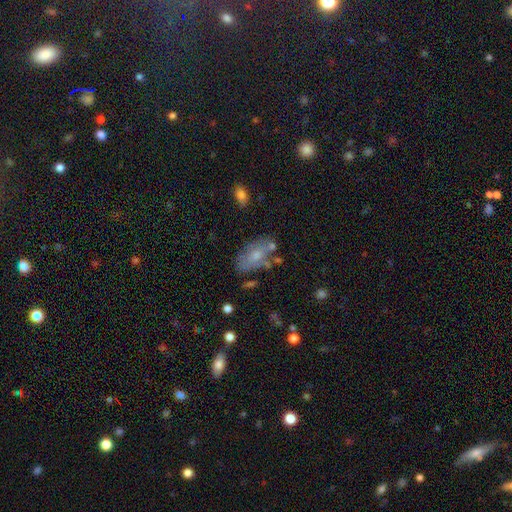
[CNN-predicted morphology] A smooth galaxy with no disk features (58%) that is in between round and cigar-shaped (89%).

Vote fractions:
- Smooth or featured? smooth: 58% / featured or disk: 34% / star or artifact: 8%
- How rounded? in between: 89% / round: 5% / cigar-shaped: 5%
- Merging? none: 55% / minor disturbance: 24% / merger: 12% / major disturbance: 10%